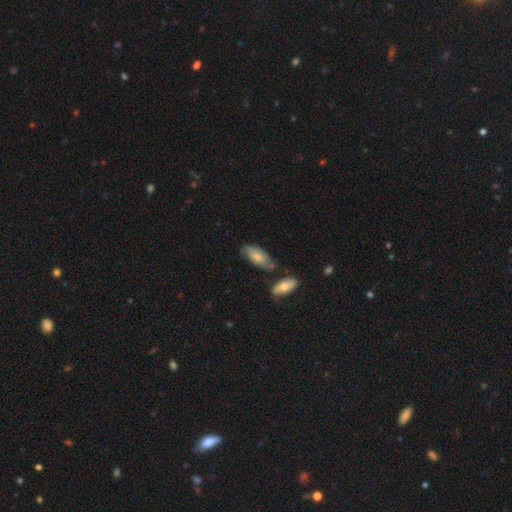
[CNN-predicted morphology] This is likely a smooth galaxy (61%). How rounded: clearly in between (87%). Merging: likely none (66%).